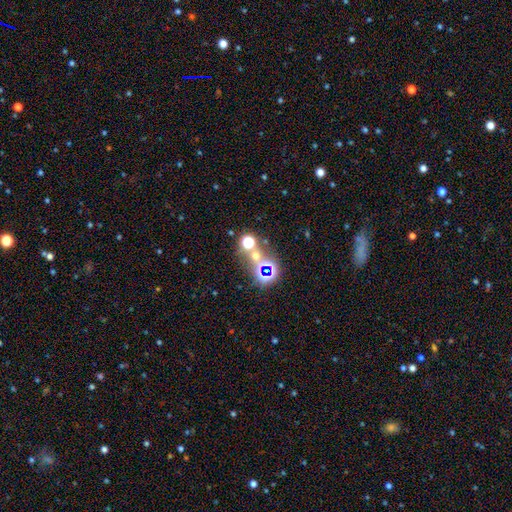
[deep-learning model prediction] Overall: star or artifact (56%; smooth 32%).